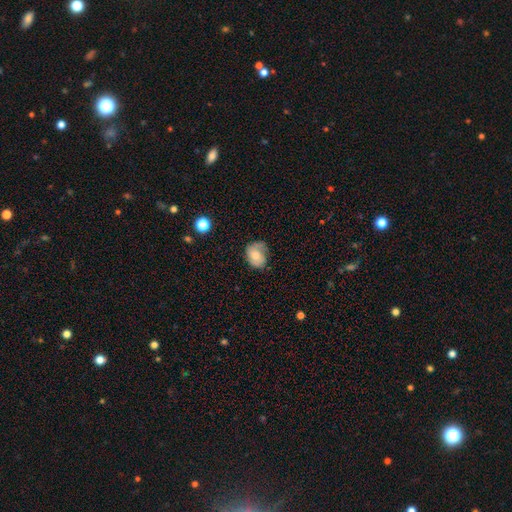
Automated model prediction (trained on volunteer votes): smooth-or-featured: smooth: 59% | featured or disk: 32% | star or artifact: 8%
  how-rounded: in between: 54% | round: 45% | cigar-shaped: 1%
  merging: none: 50% | minor disturbance: 33% | major disturbance: 15% | merger: 2%